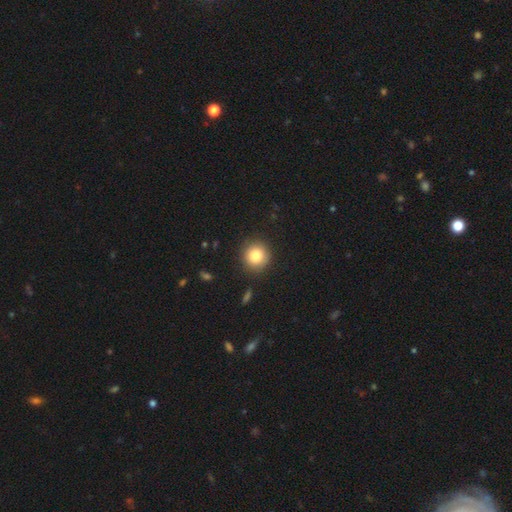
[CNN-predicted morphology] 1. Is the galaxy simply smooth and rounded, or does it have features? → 84% smooth, 9% star or artifact, 7% featured or disk.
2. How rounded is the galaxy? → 92% round, 7% in between, 1% cigar-shaped.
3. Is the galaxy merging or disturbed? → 88% none, 8% minor disturbance, 2% major disturbance, 1% merger.